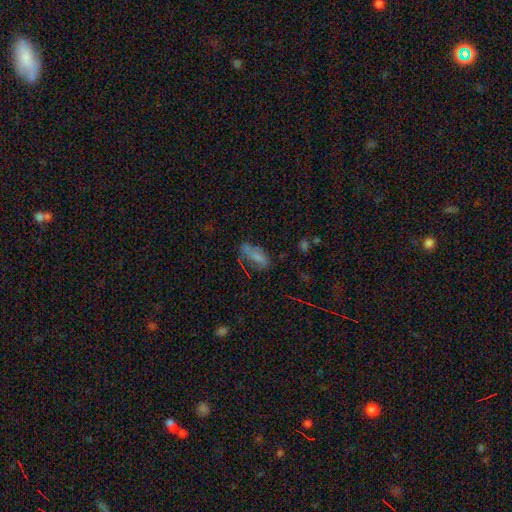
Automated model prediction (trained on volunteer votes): Smooth or featured?
  - smooth: 63% *
  - featured or disk: 22%
  - star or artifact: 15%
How rounded?
  - in between: 75% *
  - cigar-shaped: 21%
  - round: 4%
Merging?
  - none: 44% *
  - minor disturbance: 27%
  - major disturbance: 22%
  - merger: 7%